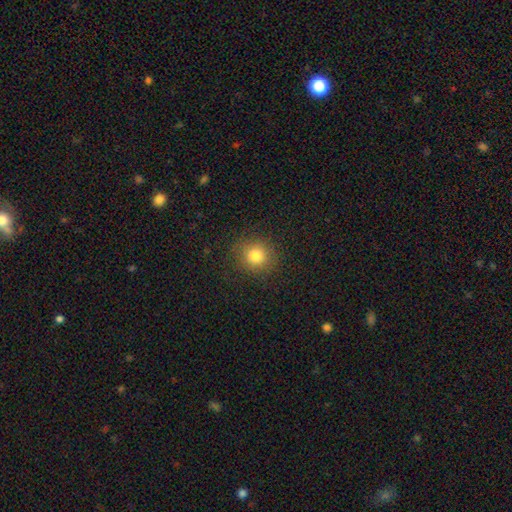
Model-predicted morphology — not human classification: smooth 80%, star or artifact 13%, featured or disk 7%. Down the decision tree: how rounded — round (89%); merging — none (88%).